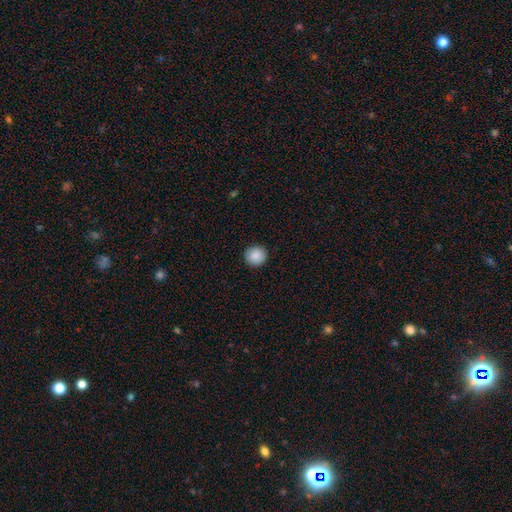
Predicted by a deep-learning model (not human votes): Smooth or featured? Predicted: smooth (p=0.89). How rounded? Predicted: round (p=0.94). Merging? Predicted: none (p=0.92).